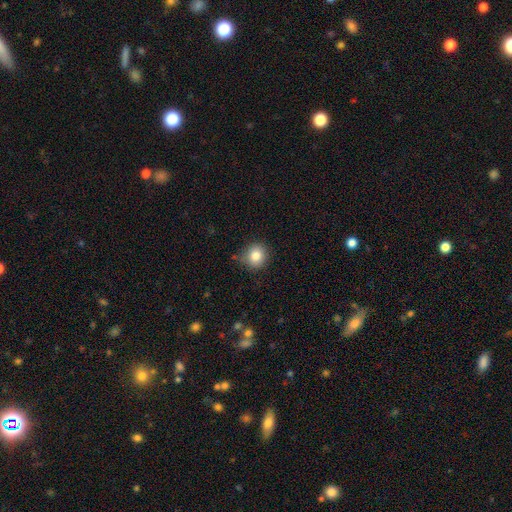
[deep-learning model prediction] This appears to be a smooth galaxy with no disk features (84%) that is round (89%). Merging: none (80%).